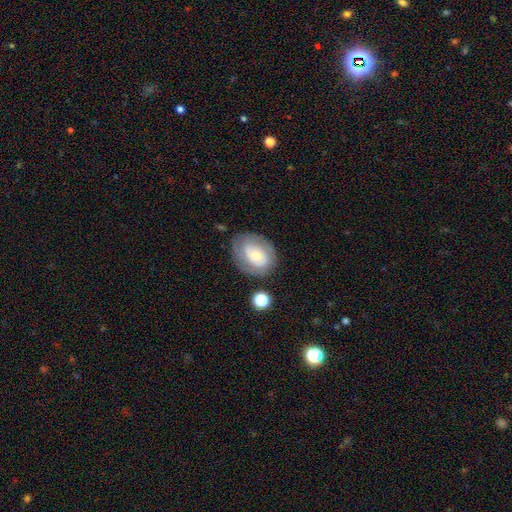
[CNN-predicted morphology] This is possibly a featured or disk galaxy (55%). It is clearly not viewed edge-on (96%). Bar: likely no (69%). Spiral arm pattern: likely yes (71%). Central bulge: possibly small (49%). Merging: likely none (68%).